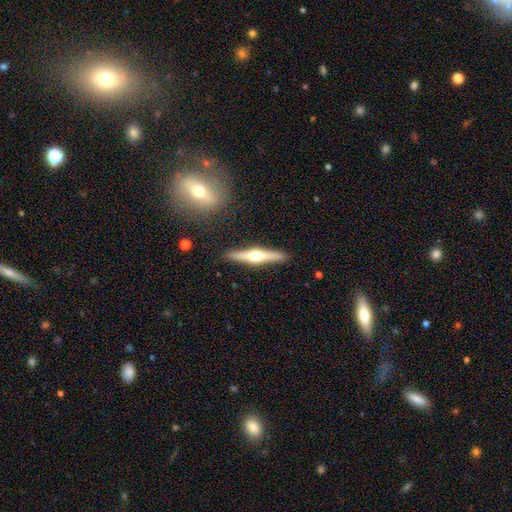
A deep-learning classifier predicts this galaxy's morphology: smooth-or-featured: featured or disk: 70% | smooth: 25% | star or artifact: 5%
  disk-edge-on: yes: 97% | no: 3%
    edge-on-bulge: rounded: 95% | boxy: 3% | none: 2%
  merging: none: 90% | minor disturbance: 7% | major disturbance: 2% | merger: 1%